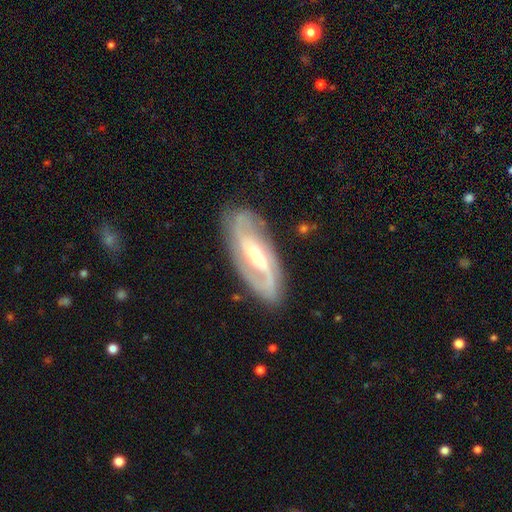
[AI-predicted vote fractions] featured or disk 86%, smooth 9%, star or artifact 5%. Down the decision tree: edge-on disk — no (93%); bar — weak (41%); spiral arms — yes (95%); spiral arm count — 2 (84%); spiral winding — medium (46%); bulge size — moderate (50%); merging — none (83%).